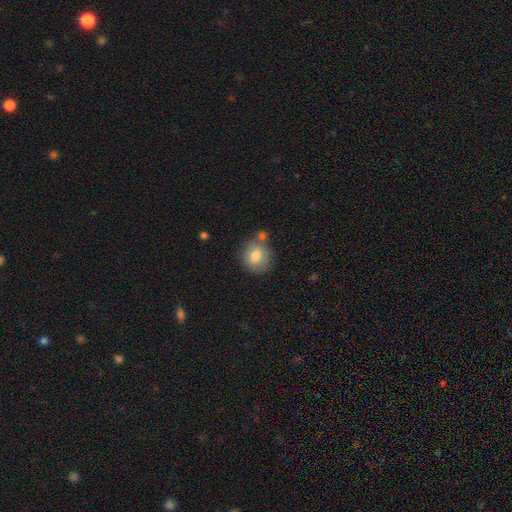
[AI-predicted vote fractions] Morphology: type=smooth (79%); roundness=round (81%); merging=none (64%).